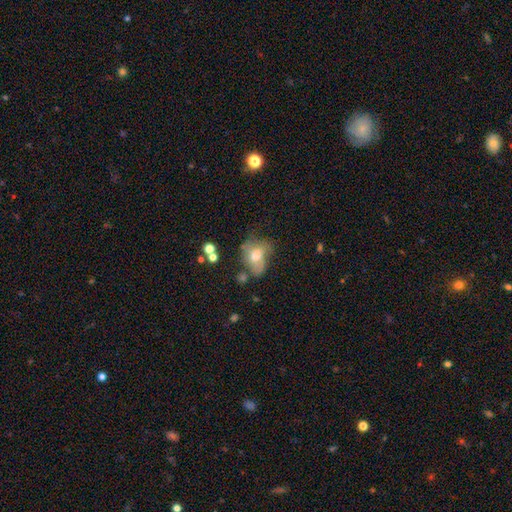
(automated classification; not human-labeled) smooth 57%, featured or disk 32%, star or artifact 11%. Down the decision tree: how rounded — in between (68%); merging — none (31%).